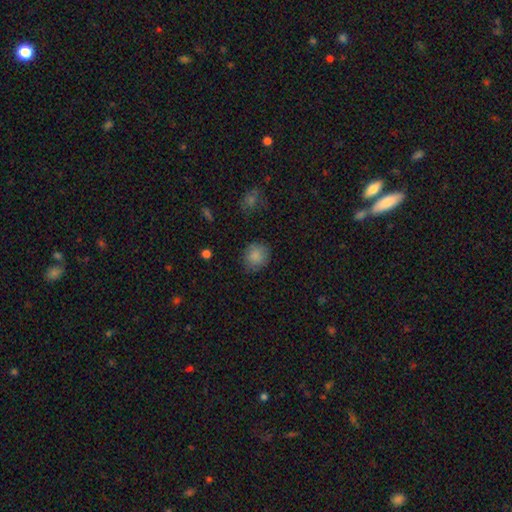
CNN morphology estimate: Smooth or featured: smooth — 86% (star or artifact — 9%)
How rounded: round — 80% (in between — 19%)
Merging: none — 80% (minor disturbance — 15%)